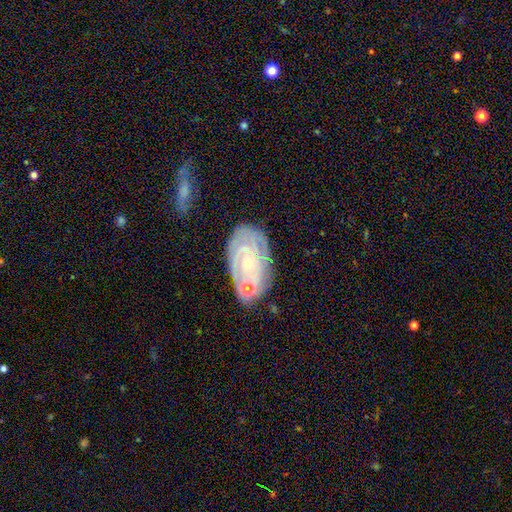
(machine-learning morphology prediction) Overall: featured or disk (76%). Edge-on disk: no (96%). Bar: no (78%). Spiral arms: yes (85%). Spiral arm count: can't tell (43%; 2 19%). Spiral winding: tight (67%). Bulge size: small (67%). Merging: none (58%; minor disturbance 19%).